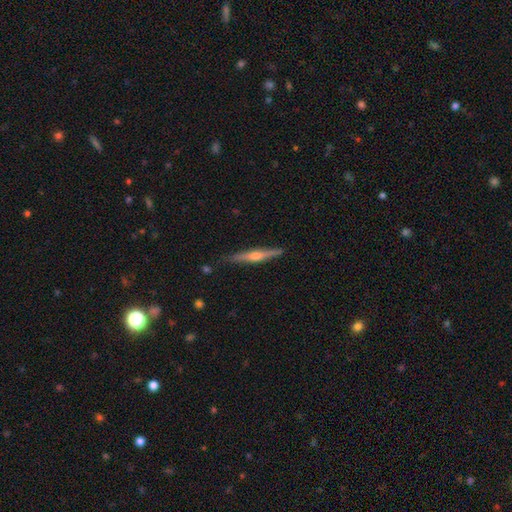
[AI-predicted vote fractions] Smooth or featured? Predicted: featured or disk (p=0.74). Edge-on disk? Predicted: yes (p=0.98). Edge-on bulge? Predicted: rounded (p=0.89). Merging? Predicted: none (p=0.88).